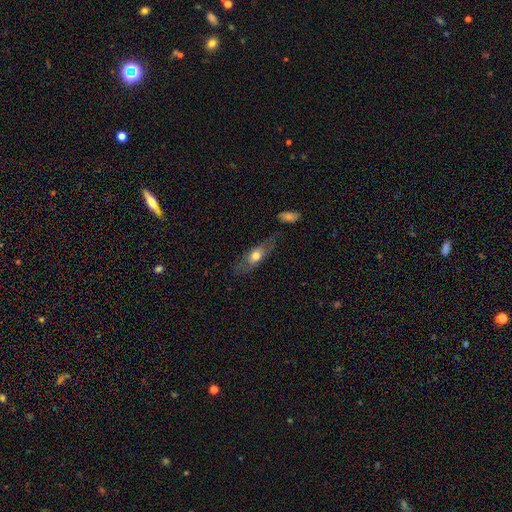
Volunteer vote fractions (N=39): Smooth or featured? 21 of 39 (54%) said featured or disk. Edge-on disk? 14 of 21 (67%) said yes. Edge-on bulge? 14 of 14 (100%) said rounded. Merging? 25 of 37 (68%) said none.